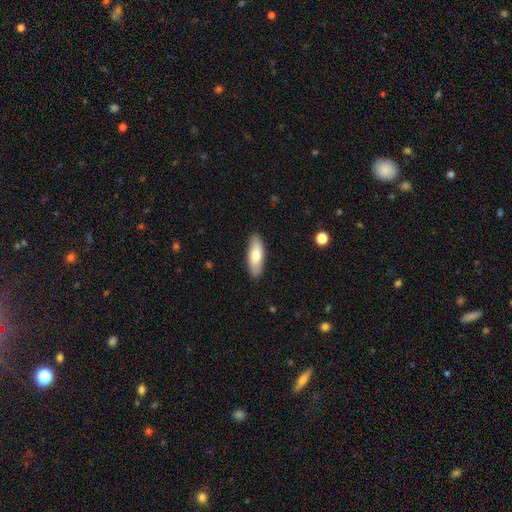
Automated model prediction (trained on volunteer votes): The model was most divided on "how rounded": in between: 69%, cigar-shaped: 29%, round: 2%. More confident: merging — none (89%); smooth or featured — smooth (74%).